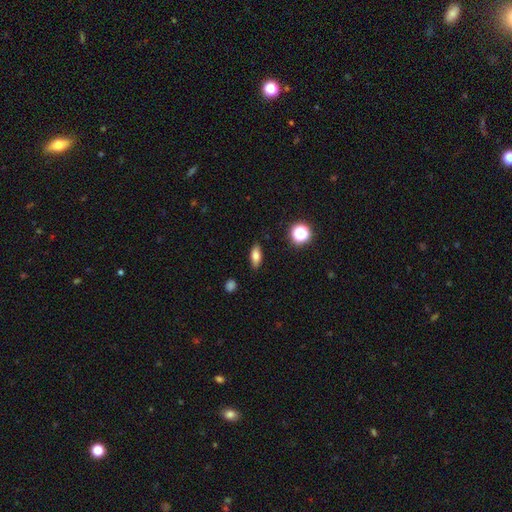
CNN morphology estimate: A smooth galaxy with no disk features (76%) that is in between round and cigar-shaped (74%). Merging: none (87%).